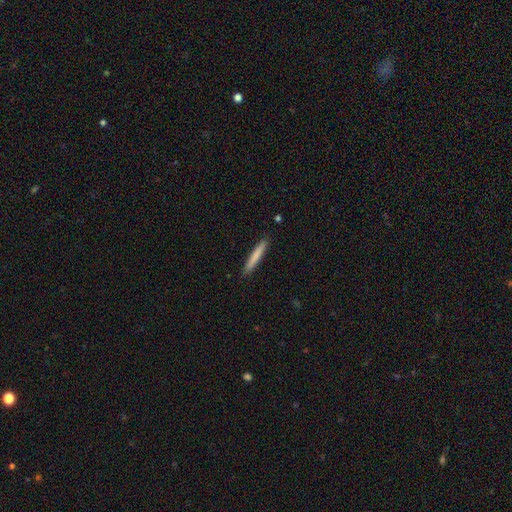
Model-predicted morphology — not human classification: This appears to be a smooth galaxy with no disk features (77%) that is cigar-shaped (95%). Merging: none (90%).